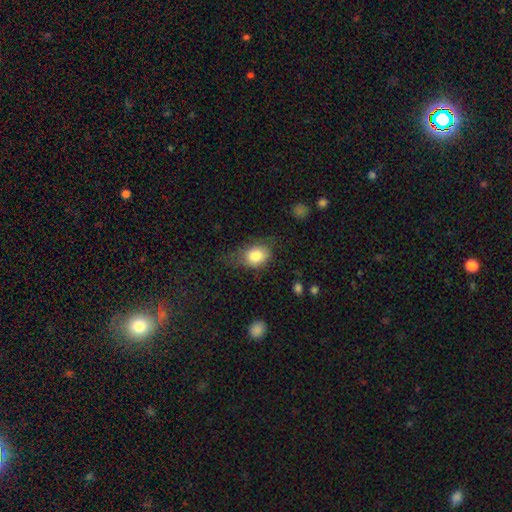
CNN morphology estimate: Q: Smooth or featured?
A: smooth (81%); runner-up: featured or disk (10%)
Q: How rounded?
A: in between (62%); runner-up: round (37%)
Q: Merging?
A: none (51%); runner-up: minor disturbance (31%)